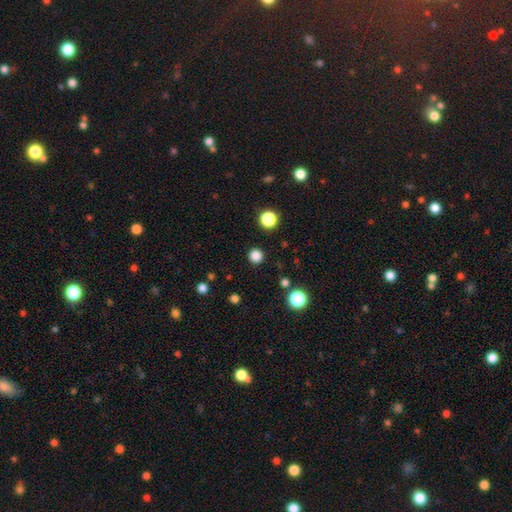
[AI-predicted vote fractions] This is clearly a smooth galaxy (82%). How rounded: clearly round (95%). Merging: clearly none (91%).